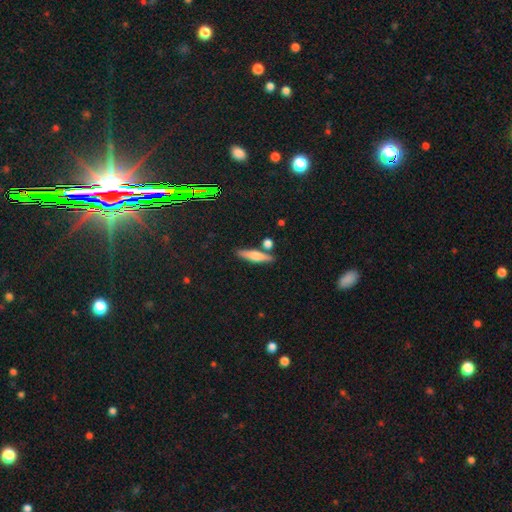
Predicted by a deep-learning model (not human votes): The model was most divided on "smooth or featured": smooth: 55%, featured or disk: 37%, star or artifact: 8%. More confident: merging — none (79%); how rounded — cigar-shaped (79%).